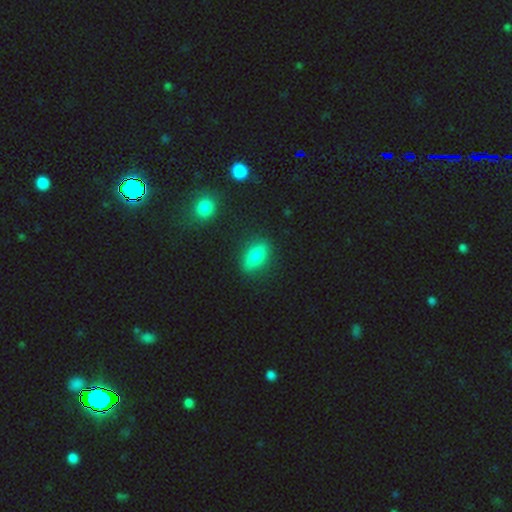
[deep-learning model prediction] Overall: smooth (76%). How rounded: in between (77%). Merging: none (84%).